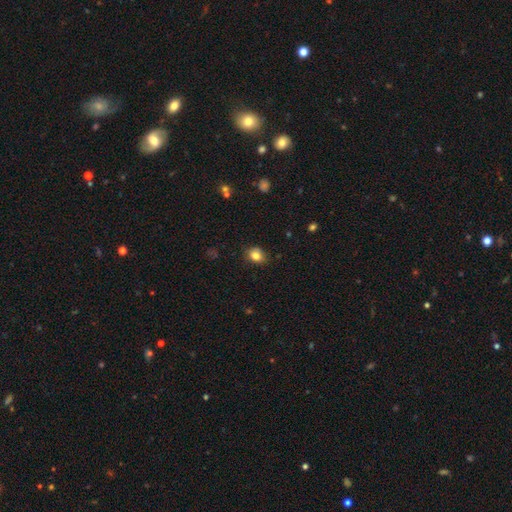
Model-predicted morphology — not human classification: Q: Smooth or featured?
A: smooth (83%); runner-up: star or artifact (10%)
Q: How rounded?
A: round (55%); runner-up: in between (45%)
Q: Merging?
A: none (84%); runner-up: minor disturbance (12%)